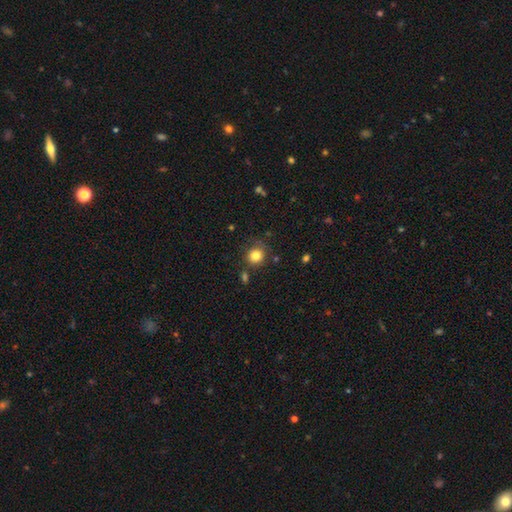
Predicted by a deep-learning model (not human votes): Smooth or featured? smooth (82%)
How rounded? round (87%)
Merging? none (76%)